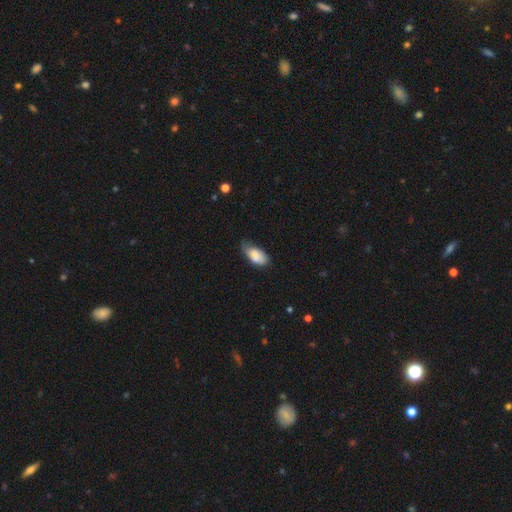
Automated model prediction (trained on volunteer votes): The model was most divided on "merging": minor disturbance: 45%, none: 41%, major disturbance: 12%, merger: 2%. More confident: how rounded — in between (91%); smooth or featured — smooth (82%).